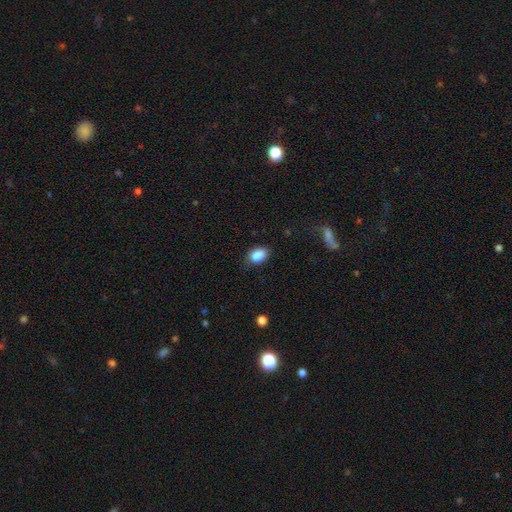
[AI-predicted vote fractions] This is clearly a smooth galaxy (88%). How rounded: clearly in between (84%). Merging: likely none (76%).